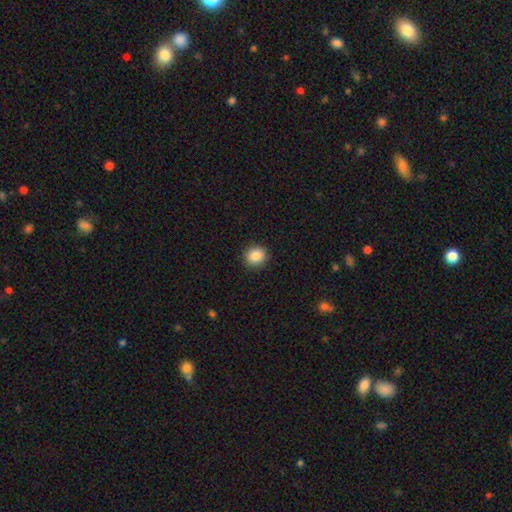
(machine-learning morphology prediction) Q: Smooth or featured?
A: smooth (87%); runner-up: star or artifact (9%)
Q: How rounded?
A: round (87%); runner-up: in between (12%)
Q: Merging?
A: none (91%); runner-up: minor disturbance (6%)